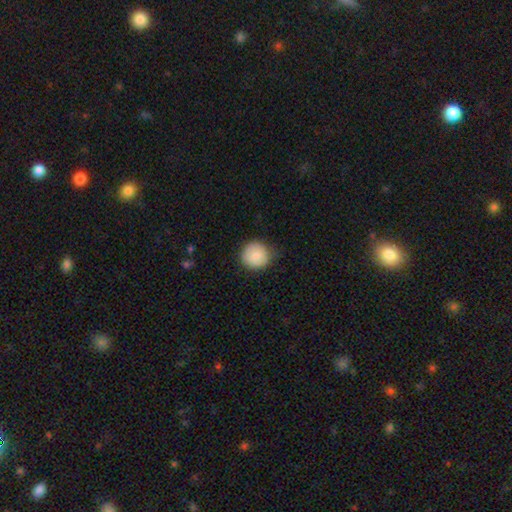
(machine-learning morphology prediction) smooth 87%, star or artifact 7%, featured or disk 6%. Down the decision tree: how rounded — round (92%); merging — none (81%).